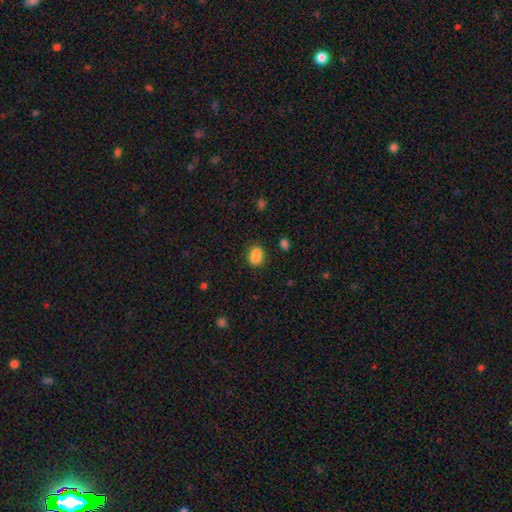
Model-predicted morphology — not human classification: A smooth galaxy with no disk features (80%) that is in between round and cigar-shaped (52%). Merging: none (51%).